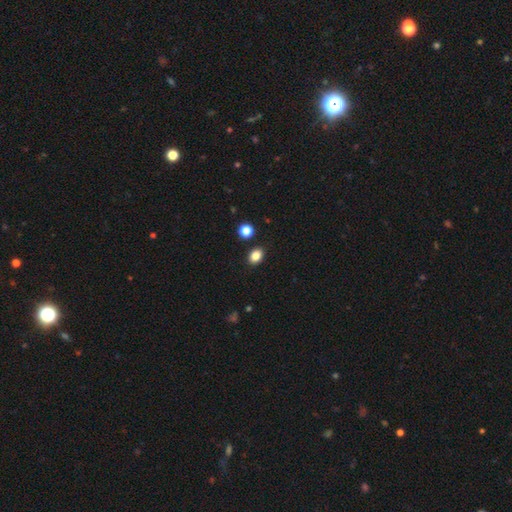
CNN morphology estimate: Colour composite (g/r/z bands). It shows a smooth galaxy with no disk features (84%) that is in between round and cigar-shaped (61%). Merging: none (87%).